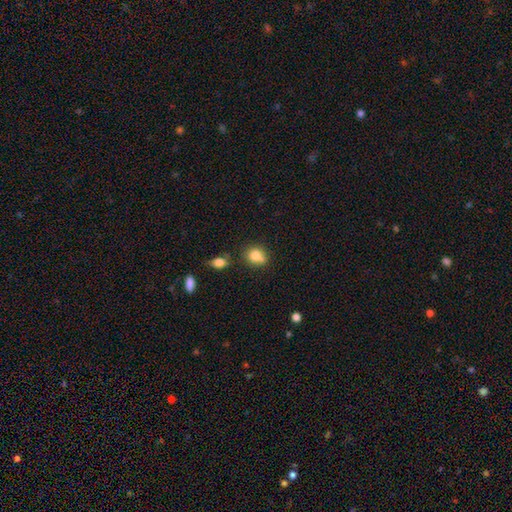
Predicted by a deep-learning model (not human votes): Overall: smooth (79%). How rounded: round (59%; in between 39%). Merging: none (50%; merger 22%).